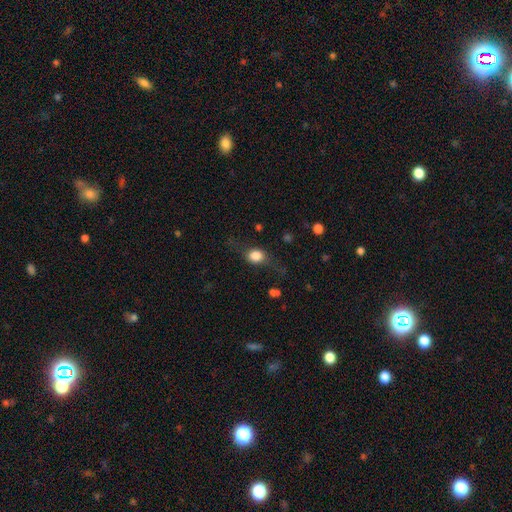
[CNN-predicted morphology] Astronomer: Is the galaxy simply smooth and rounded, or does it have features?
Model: smooth — 73%.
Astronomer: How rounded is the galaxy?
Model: round — 55% (runner-up: in between, 42%).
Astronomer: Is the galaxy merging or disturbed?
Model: none — 64%.